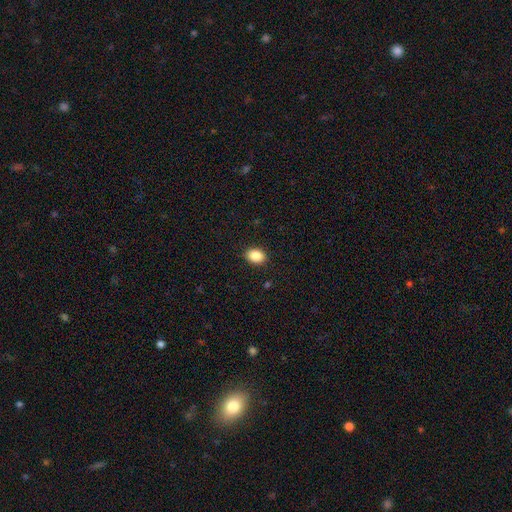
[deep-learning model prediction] Q: Smooth or featured?
A: smooth (87%); runner-up: star or artifact (9%)
Q: How rounded?
A: in between (67%); runner-up: round (32%)
Q: Merging?
A: none (90%); runner-up: minor disturbance (7%)